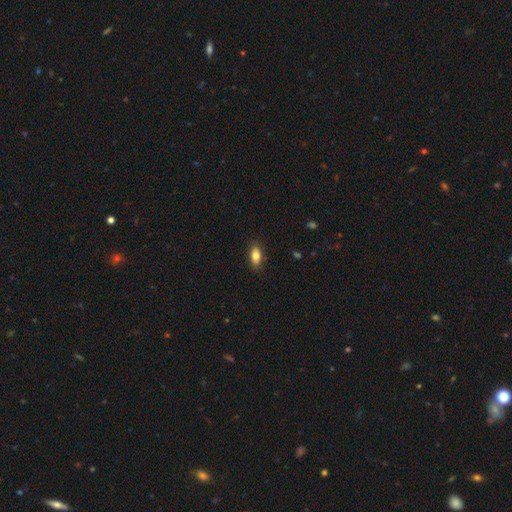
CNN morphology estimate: Overall: smooth (81%). How rounded: in between (88%). Merging: none (86%).